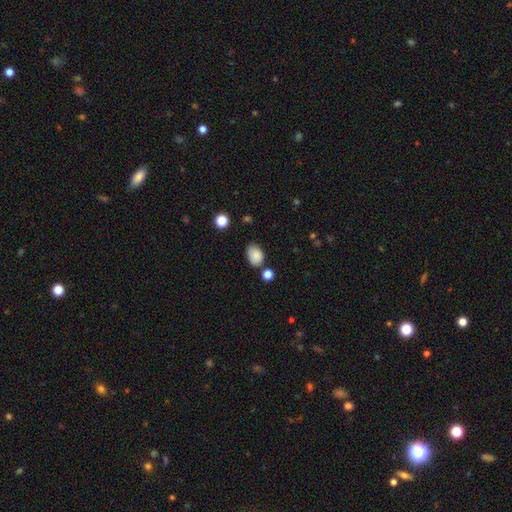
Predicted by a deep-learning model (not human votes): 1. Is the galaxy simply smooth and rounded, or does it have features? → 86% smooth, 9% star or artifact, 5% featured or disk.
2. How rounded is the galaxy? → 80% in between, 19% round, 1% cigar-shaped.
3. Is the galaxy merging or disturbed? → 70% none, 20% minor disturbance, 5% merger, 4% major disturbance.